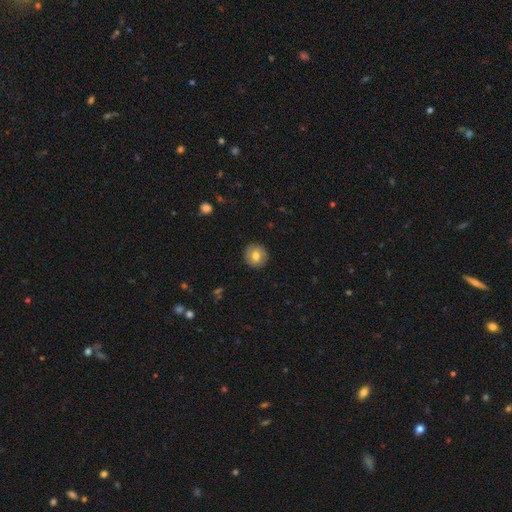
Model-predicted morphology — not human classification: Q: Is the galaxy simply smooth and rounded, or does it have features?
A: smooth — 75%.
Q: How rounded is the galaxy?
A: round — 93%.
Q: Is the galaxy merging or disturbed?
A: none — 90%.